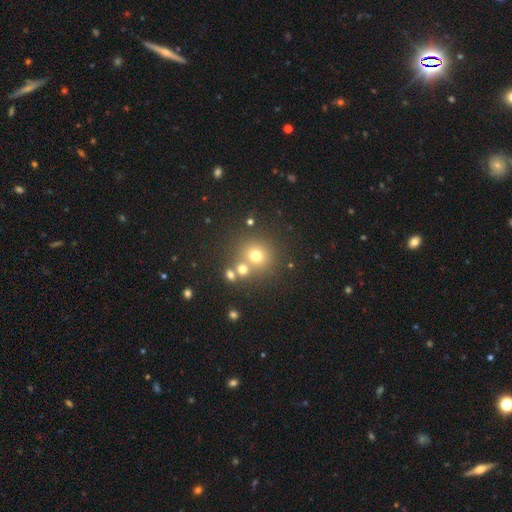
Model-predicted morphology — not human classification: A smooth galaxy with no disk features (70%) that is round (88%).

Vote fractions:
- Smooth or featured? smooth: 70% / star or artifact: 19% / featured or disk: 12%
- How rounded? round: 88% / in between: 11% / cigar-shaped: 1%
- Merging? none: 64% / merger: 24% / minor disturbance: 8% / major disturbance: 4%